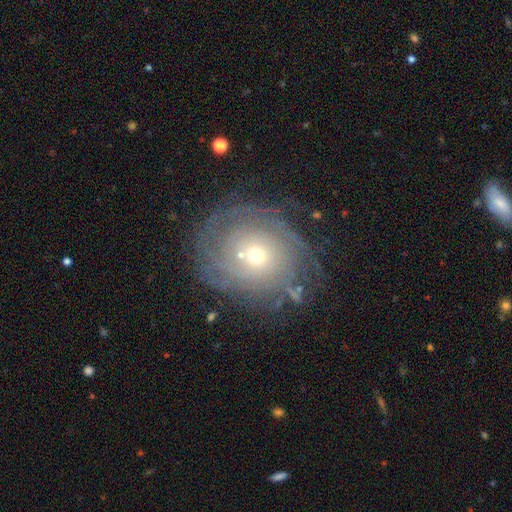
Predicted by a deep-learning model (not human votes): Q: Smooth or featured?
A: featured or disk (70%); runner-up: smooth (19%)
Q: Edge-on disk?
A: no (96%); runner-up: yes (4%)
Q: Bar?
A: no (87%); runner-up: weak (10%)
Q: Spiral arms?
A: yes (83%); runner-up: no (17%)
Q: Spiral winding?
A: tight (78%); runner-up: medium (16%)
Q: Spiral arm count?
A: can't tell (46%); runner-up: more than 4 (13%)
Q: Bulge size?
A: small (55%); runner-up: moderate (40%)
Q: Merging?
A: none (72%); runner-up: minor disturbance (15%)